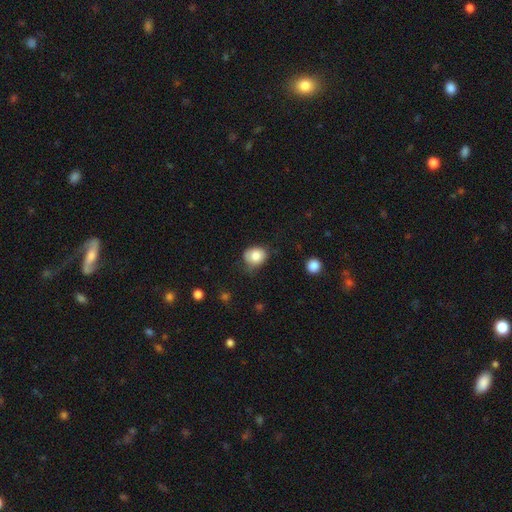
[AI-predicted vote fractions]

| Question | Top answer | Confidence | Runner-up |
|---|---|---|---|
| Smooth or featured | smooth | 82% | star or artifact (9%) |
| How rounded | round | 63% | in between (36%) |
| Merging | none | 56% | minor disturbance (33%) |